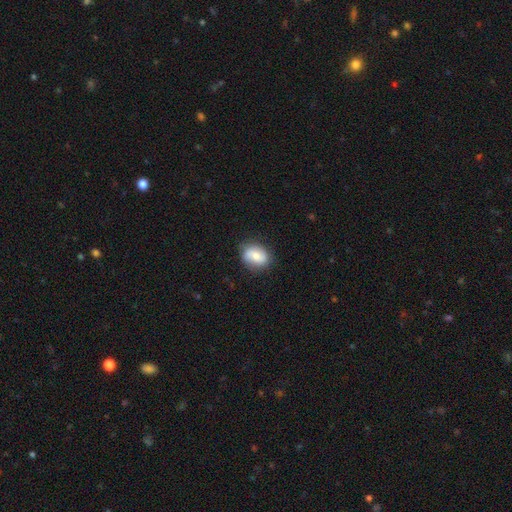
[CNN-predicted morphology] A smooth galaxy with no disk features (64%) that is in between round and cigar-shaped (58%). Merging: none (79%).